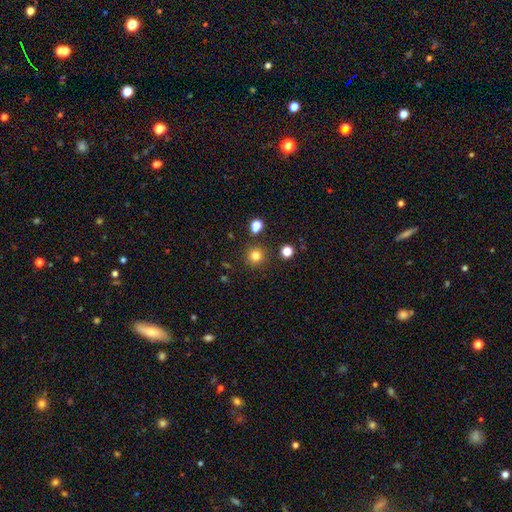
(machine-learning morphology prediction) Smooth or featured? smooth (80%)
How rounded? round (94%)
Merging? none (87%)